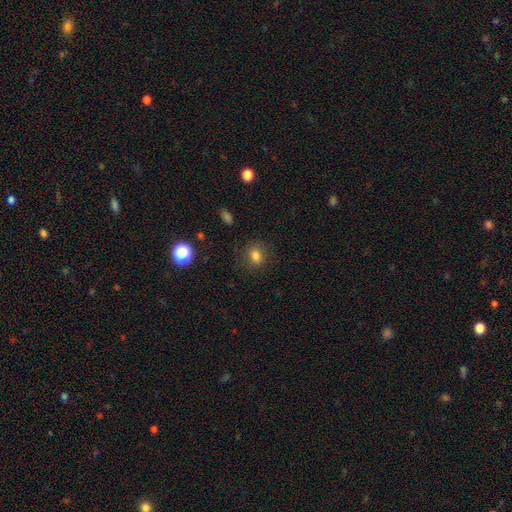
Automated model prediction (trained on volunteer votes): This appears to be a smooth galaxy with no disk features (80%) that is round (54%). Merging: none (84%).